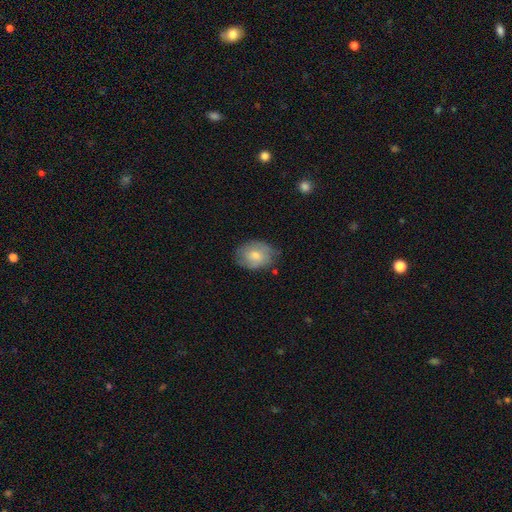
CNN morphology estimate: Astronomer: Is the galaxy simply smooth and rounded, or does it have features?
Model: smooth — 65%.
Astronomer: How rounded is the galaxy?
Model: in between — 60% (runner-up: round, 39%).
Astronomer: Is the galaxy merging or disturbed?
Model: none — 67%.